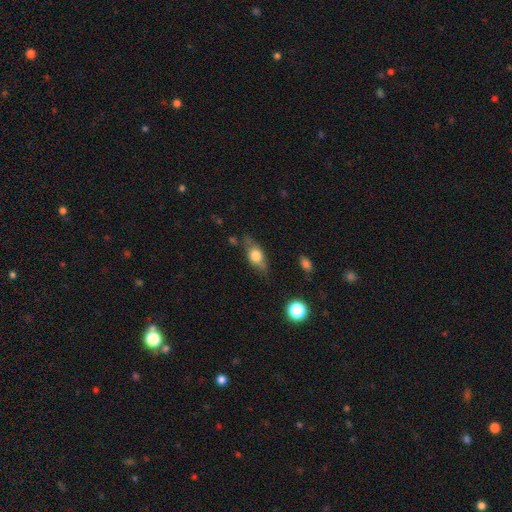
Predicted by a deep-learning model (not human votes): Smooth or featured? smooth (62%)
How rounded? in between (72%)
Merging? none (68%)